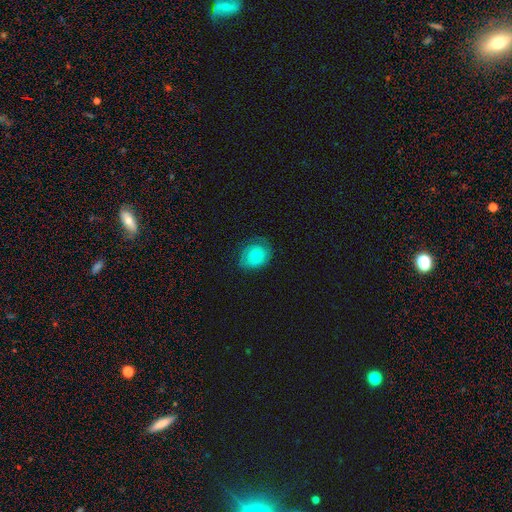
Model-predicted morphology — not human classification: The model was most divided on "how rounded": round: 55%, in between: 44%, cigar-shaped: 1%. More confident: smooth or featured — smooth (62%); merging — none (60%).